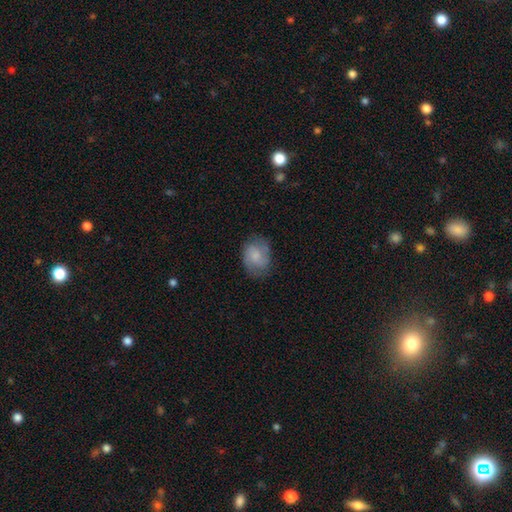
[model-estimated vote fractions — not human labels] A smooth galaxy with no disk features (52%) that is in between round and cigar-shaped (60%).

Vote fractions:
- Smooth or featured? smooth: 52% / featured or disk: 40% / star or artifact: 8%
- How rounded? in between: 60% / round: 38% / cigar-shaped: 1%
- Merging? none: 71% / minor disturbance: 20% / major disturbance: 7% / merger: 1%